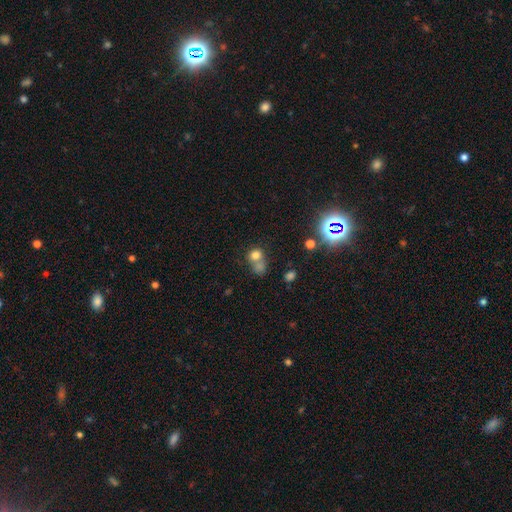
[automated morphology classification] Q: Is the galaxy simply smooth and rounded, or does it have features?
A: smooth — 73%.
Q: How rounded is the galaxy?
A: round — 75%.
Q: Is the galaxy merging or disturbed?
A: merger — 48%.